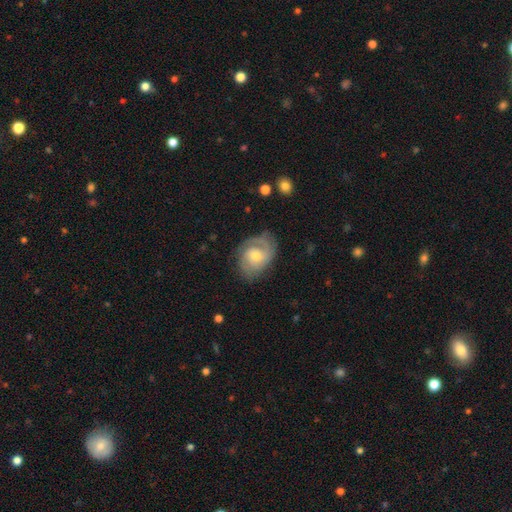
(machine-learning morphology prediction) This appears to be a featured or disk galaxy (81%) with no bar (61%), 2 (56%) tight (48%) spiral arms (95%) and a moderate central bulge (57%). Merging: none (71%).